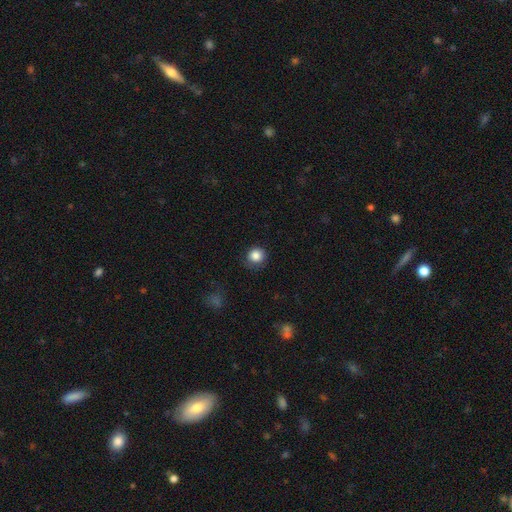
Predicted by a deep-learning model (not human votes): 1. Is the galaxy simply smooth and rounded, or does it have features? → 85% smooth, 10% star or artifact, 5% featured or disk.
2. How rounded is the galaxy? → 89% round, 10% in between, 1% cigar-shaped.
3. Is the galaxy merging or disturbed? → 80% none, 15% minor disturbance, 4% major disturbance, 1% merger.